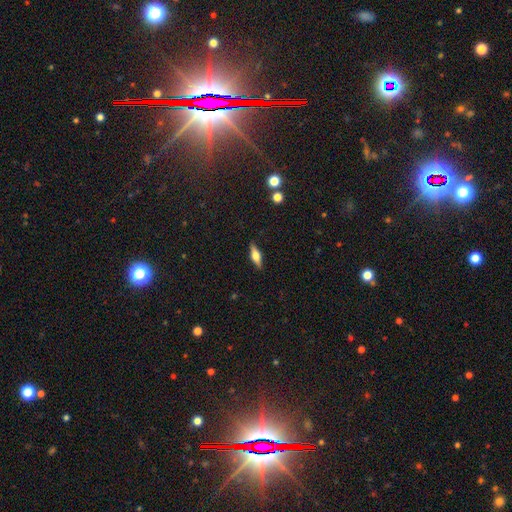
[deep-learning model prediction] A featured or disk galaxy (52%) viewed edge-on (94%). Merging: none (88%).